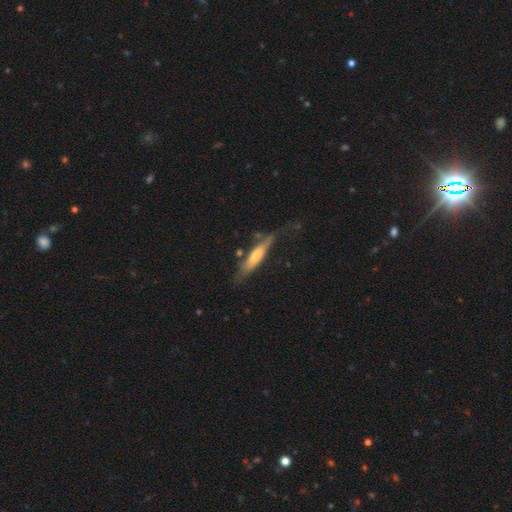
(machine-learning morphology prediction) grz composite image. It shows a smooth galaxy with no disk features (58%) that is cigar-shaped (78%). Merging: none (57%).